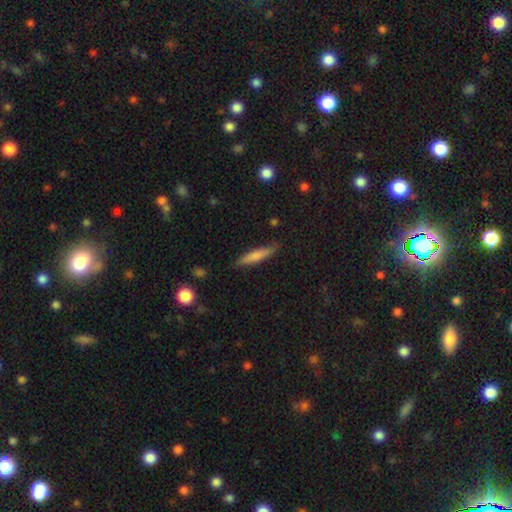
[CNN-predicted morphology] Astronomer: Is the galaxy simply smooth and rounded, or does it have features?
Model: smooth — 74%.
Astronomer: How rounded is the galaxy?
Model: cigar-shaped — 85%.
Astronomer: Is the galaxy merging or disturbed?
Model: none — 82%.